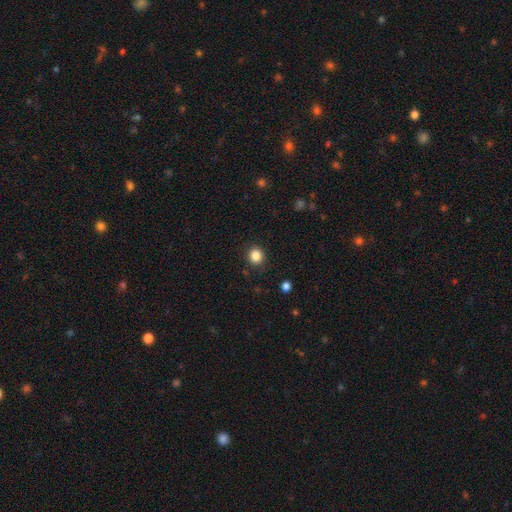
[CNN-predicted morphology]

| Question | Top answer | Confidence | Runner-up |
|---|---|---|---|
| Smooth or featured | smooth | 85% | star or artifact (11%) |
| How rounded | round | 85% | in between (14%) |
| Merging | none | 89% | minor disturbance (7%) |